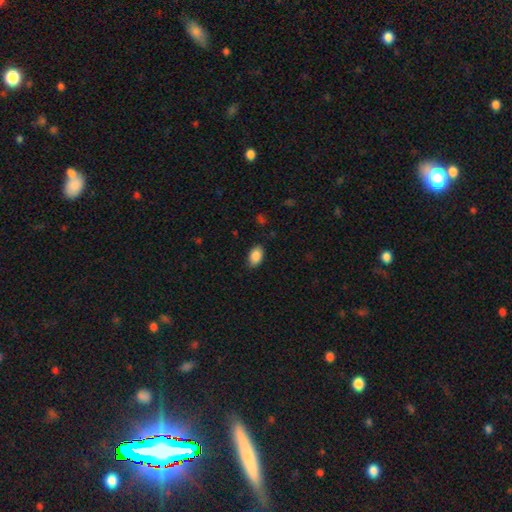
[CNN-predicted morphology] Smooth or featured?
  - smooth: 89% *
  - star or artifact: 7%
  - featured or disk: 4%
How rounded?
  - in between: 90% *
  - round: 8%
  - cigar-shaped: 1%
Merging?
  - none: 85% *
  - minor disturbance: 11%
  - major disturbance: 3%
  - merger: 1%